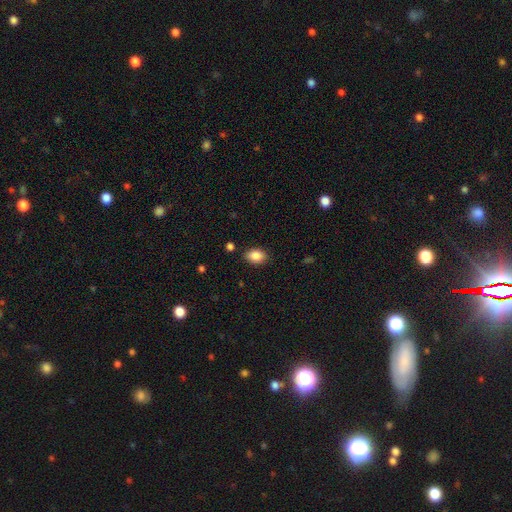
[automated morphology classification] smooth 87%, star or artifact 8%, featured or disk 5%. Down the decision tree: how rounded — in between (83%); merging — none (86%).